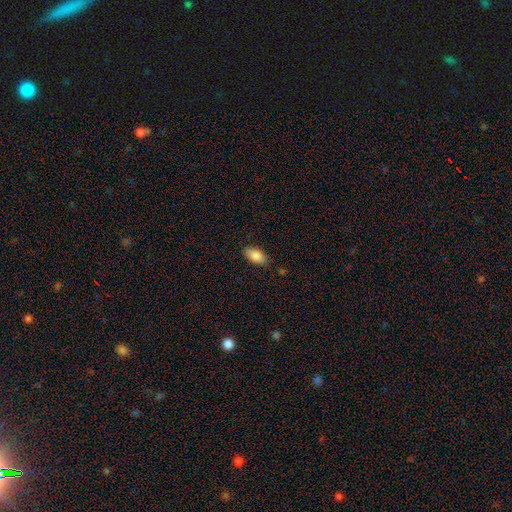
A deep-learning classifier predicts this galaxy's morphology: smooth_or_featured: smooth (p=0.87) [alt: star or artifact p=0.07]
how_rounded: in between (p=0.92) [alt: cigar-shaped p=0.04]
merging: none (p=0.83) [alt: minor disturbance p=0.13]